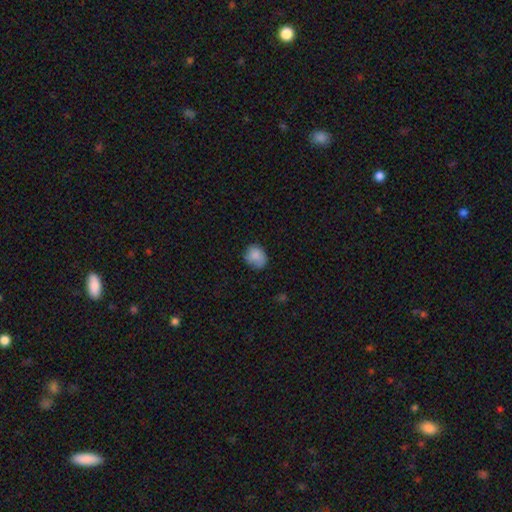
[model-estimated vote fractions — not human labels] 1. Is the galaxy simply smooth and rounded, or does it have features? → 83% smooth, 9% star or artifact, 8% featured or disk.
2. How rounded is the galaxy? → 61% round, 38% in between, 1% cigar-shaped.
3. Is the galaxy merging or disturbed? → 64% none, 27% minor disturbance, 7% major disturbance, 2% merger.